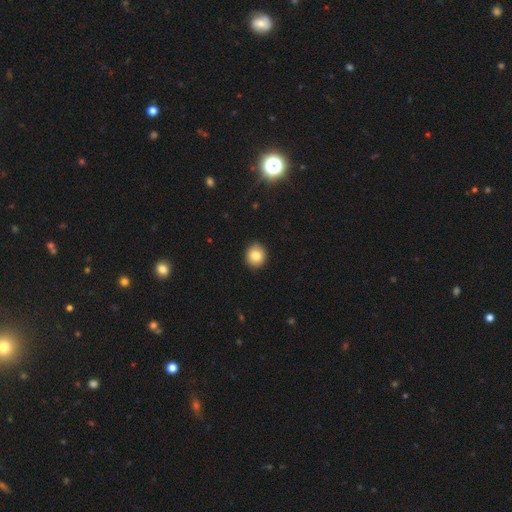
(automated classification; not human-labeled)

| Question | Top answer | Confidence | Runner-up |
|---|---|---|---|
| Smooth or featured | smooth | 83% | star or artifact (9%) |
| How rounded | round | 76% | in between (23%) |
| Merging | none | 90% | minor disturbance (7%) |